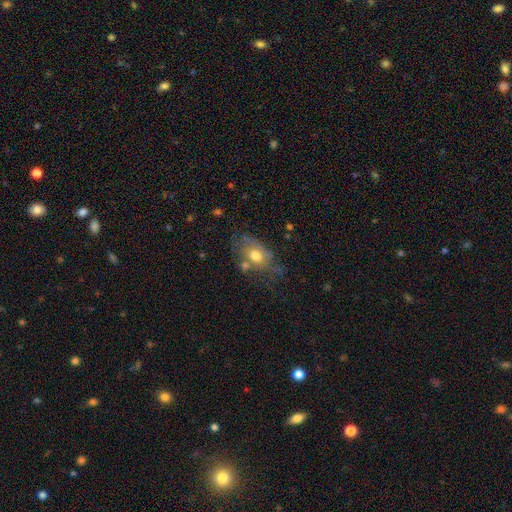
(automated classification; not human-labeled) Smooth or featured?
  - smooth: 57% *
  - featured or disk: 33%
  - star or artifact: 10%
How rounded?
  - in between: 77% *
  - round: 21%
  - cigar-shaped: 2%
Merging?
  - none: 44% *
  - minor disturbance: 28%
  - major disturbance: 18%
  - merger: 10%